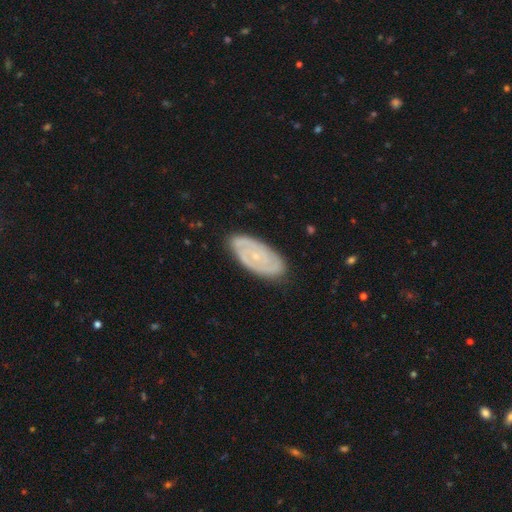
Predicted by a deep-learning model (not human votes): smooth-or-featured: featured or disk: 70% | smooth: 23% | star or artifact: 7%
  disk-edge-on: no: 93% | yes: 7%
    bar: no: 74% | weak: 21% | strong: 5%
    has-spiral-arms: yes: 82% | no: 18%
      spiral-winding: tight: 64% | medium: 27% | loose: 9%
      spiral-arm-count: 2: 44% | can't tell: 35% | 3: 9% | 1: 4% | 4: 4% | more than 4: 3%
    bulge-size: small: 81% | moderate: 13% | none: 4% | large: 1% | dominant: 1%
  merging: none: 83% | minor disturbance: 13% | major disturbance: 3% | merger: 1%